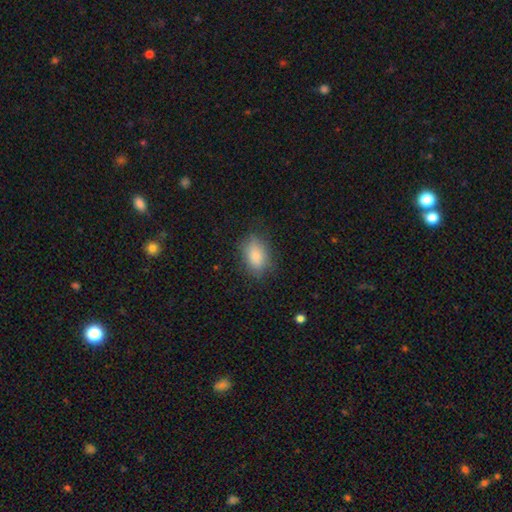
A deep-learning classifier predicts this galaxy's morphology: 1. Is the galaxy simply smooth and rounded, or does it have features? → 84% smooth, 8% star or artifact, 8% featured or disk.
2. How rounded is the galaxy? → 86% in between, 11% round, 3% cigar-shaped.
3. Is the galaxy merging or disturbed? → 74% none, 19% minor disturbance, 6% major disturbance, 1% merger.